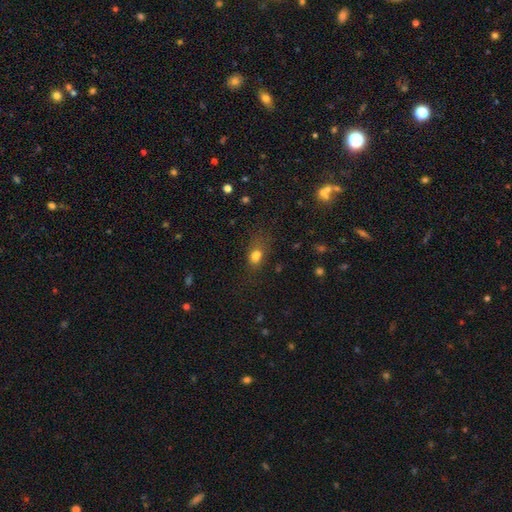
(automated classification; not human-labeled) smooth 73%, star or artifact 16%, featured or disk 11%. Down the decision tree: how rounded — in between (67%); merging — none (45%).